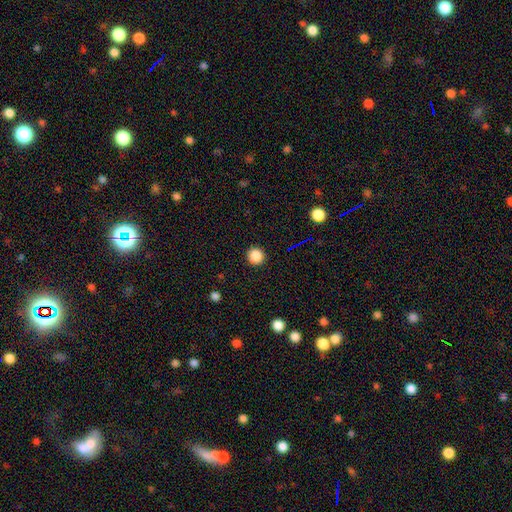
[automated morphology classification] A smooth galaxy with no disk features (86%) that is round (95%). Merging: none (92%).